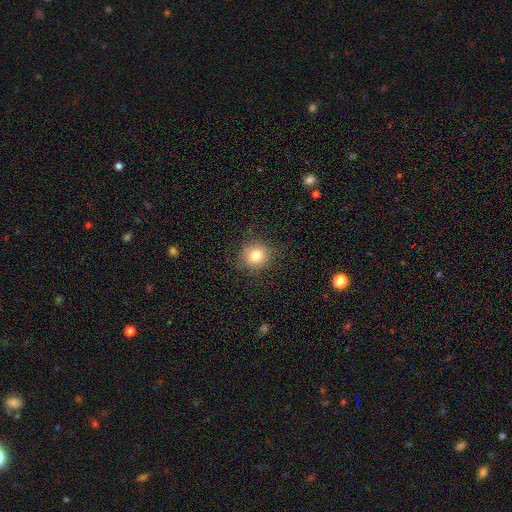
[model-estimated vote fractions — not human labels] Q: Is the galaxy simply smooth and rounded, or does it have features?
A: smooth — 79%.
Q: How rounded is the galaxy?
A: round — 87%.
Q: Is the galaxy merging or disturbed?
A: none — 82%.